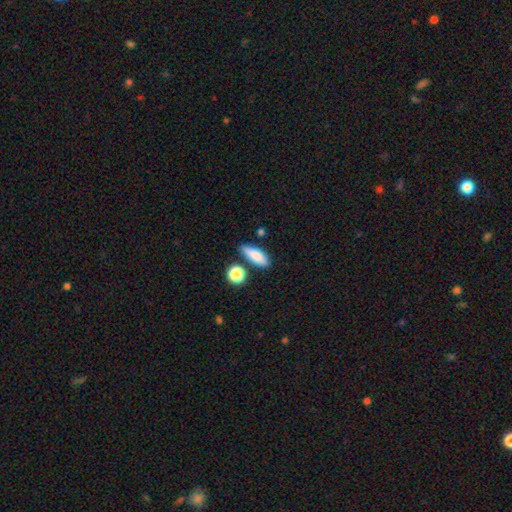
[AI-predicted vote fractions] A smooth galaxy with no disk features (83%) that is in between round and cigar-shaped (64%).

Vote fractions:
- Smooth or featured? smooth: 83% / featured or disk: 9% / star or artifact: 8%
- How rounded? in between: 64% / cigar-shaped: 30% / round: 5%
- Merging? none: 72% / minor disturbance: 16% / merger: 8% / major disturbance: 4%